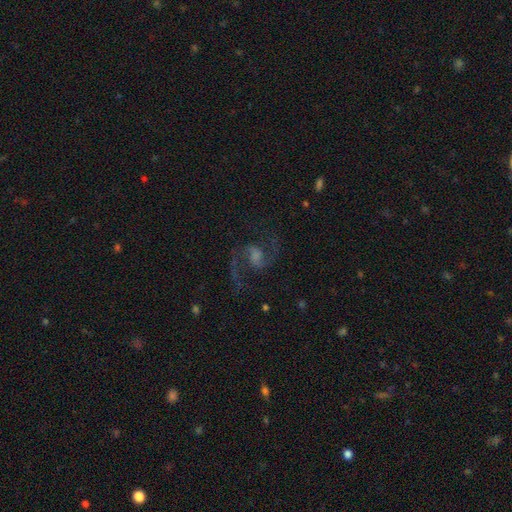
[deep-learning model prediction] Morphology: type=featured or disk (88%); edge-on=no (98%); bar=weak (51%); spiral arms=yes (98%); winding=medium (52%); arm count=2 (94%); bulge=moderate (34%); merging=none (78%).